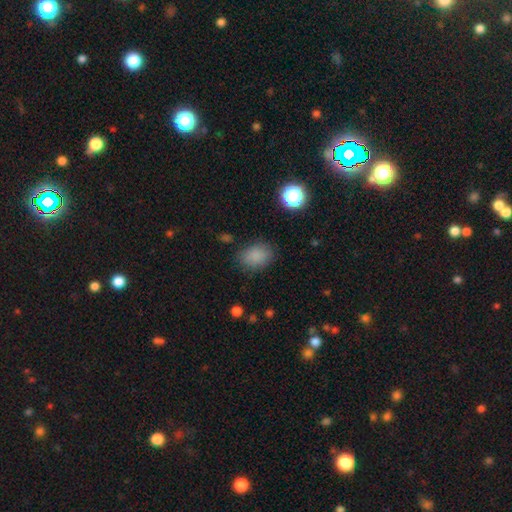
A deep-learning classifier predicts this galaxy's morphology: smooth_or_featured: smooth (p=0.84) [alt: star or artifact p=0.11]
how_rounded: in between (p=0.68) [alt: round p=0.31]
merging: none (p=0.80) [alt: minor disturbance p=0.14]